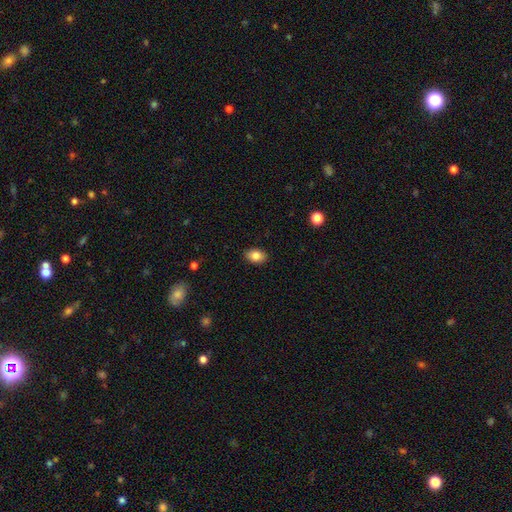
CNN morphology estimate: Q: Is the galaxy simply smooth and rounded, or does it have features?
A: smooth — 85%.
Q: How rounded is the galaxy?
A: in between — 83%.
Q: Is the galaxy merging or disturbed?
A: none — 89%.